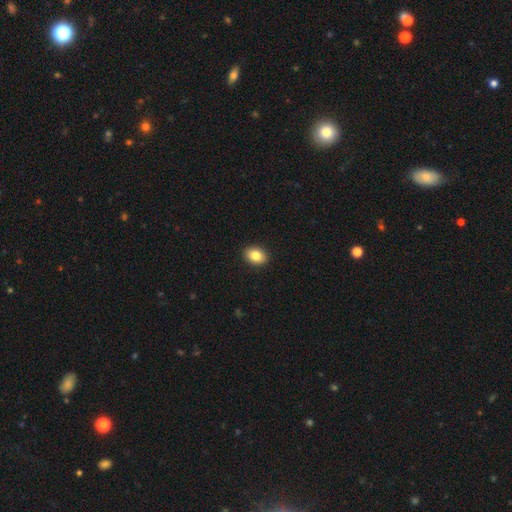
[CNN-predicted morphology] smooth 85%, star or artifact 8%, featured or disk 7%. Down the decision tree: how rounded — in between (74%); merging — none (92%).